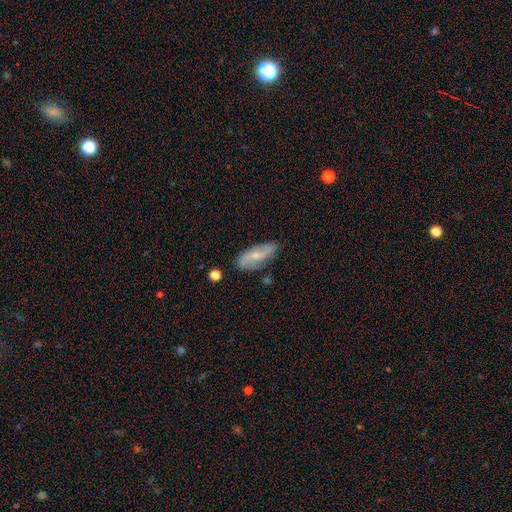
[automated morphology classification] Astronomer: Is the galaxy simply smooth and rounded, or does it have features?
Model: featured or disk — 59%.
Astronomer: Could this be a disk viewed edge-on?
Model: no — 89%.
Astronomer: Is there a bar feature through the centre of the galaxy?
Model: no — 47% (runner-up: weak, 38%).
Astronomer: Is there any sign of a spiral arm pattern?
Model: yes — 87%.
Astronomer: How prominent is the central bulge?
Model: small — 57% (runner-up: moderate, 36%).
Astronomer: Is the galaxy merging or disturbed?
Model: none — 78%.